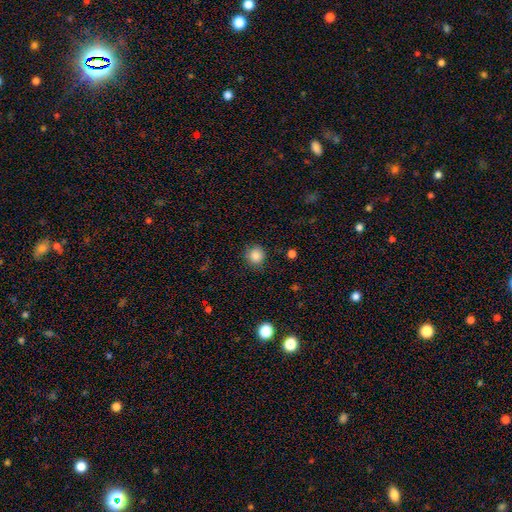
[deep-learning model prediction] smooth_or_featured: smooth (p=0.86) [alt: star or artifact p=0.10]
how_rounded: round (p=0.88) [alt: in between p=0.11]
merging: none (p=0.84) [alt: minor disturbance p=0.12]